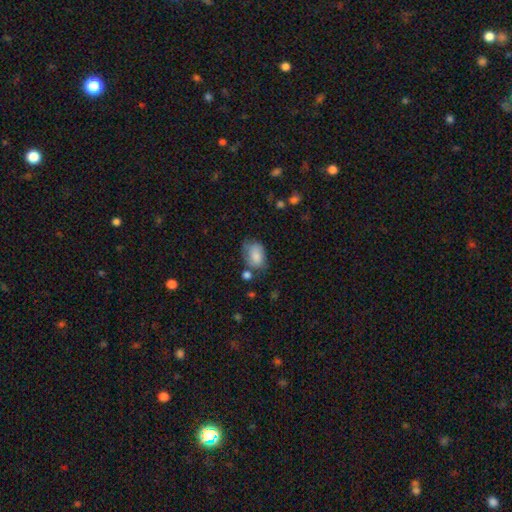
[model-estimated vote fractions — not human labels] Q: Smooth or featured?
A: smooth (77%); runner-up: featured or disk (15%)
Q: How rounded?
A: in between (80%); runner-up: round (19%)
Q: Merging?
A: none (49%); runner-up: minor disturbance (30%)